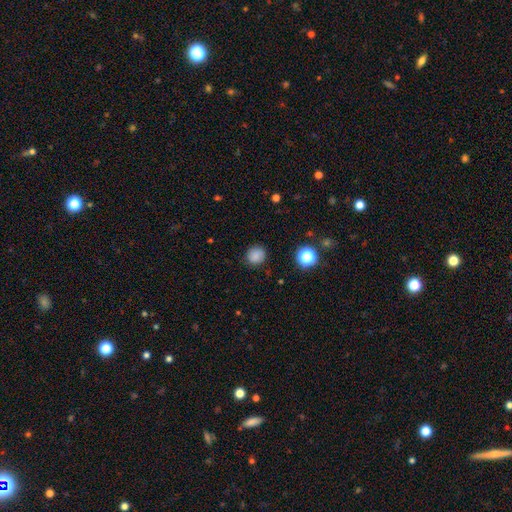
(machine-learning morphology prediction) Smooth or featured? smooth (82%)
How rounded? round (87%)
Merging? none (85%)